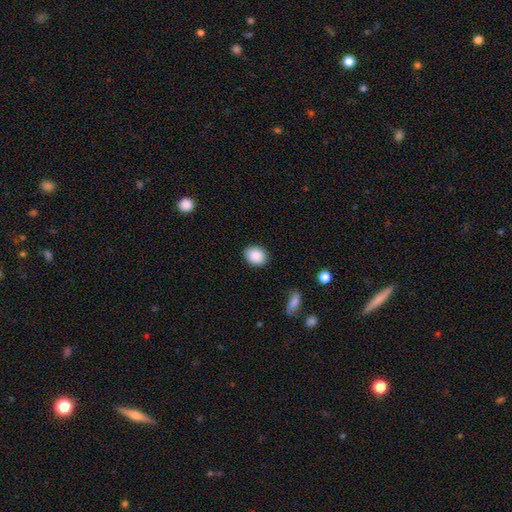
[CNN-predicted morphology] Smooth or featured: smooth — 89% (star or artifact — 7%)
How rounded: round — 52% (in between — 47%)
Merging: none — 87% (minor disturbance — 9%)